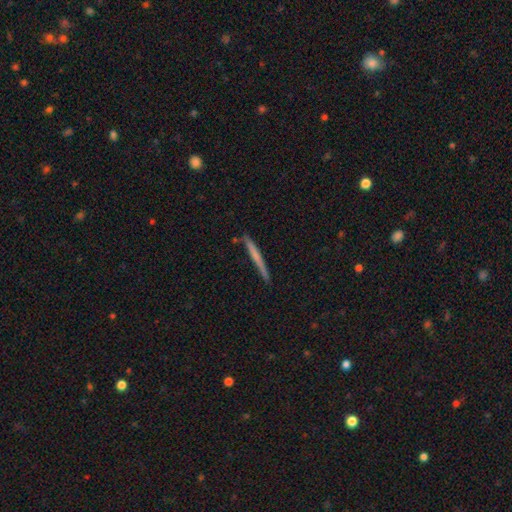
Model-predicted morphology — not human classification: smooth_or_featured: smooth (p=0.53) [alt: featured or disk p=0.41]
how_rounded: cigar-shaped (p=0.96) [alt: in between p=0.02]
merging: none (p=0.85) [alt: minor disturbance p=0.11]